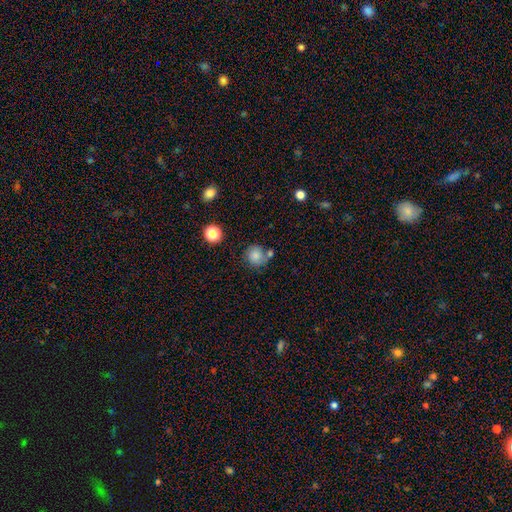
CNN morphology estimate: Q: Smooth or featured?
A: smooth (79%); runner-up: star or artifact (11%)
Q: How rounded?
A: round (87%); runner-up: in between (12%)
Q: Merging?
A: none (63%); runner-up: merger (17%)